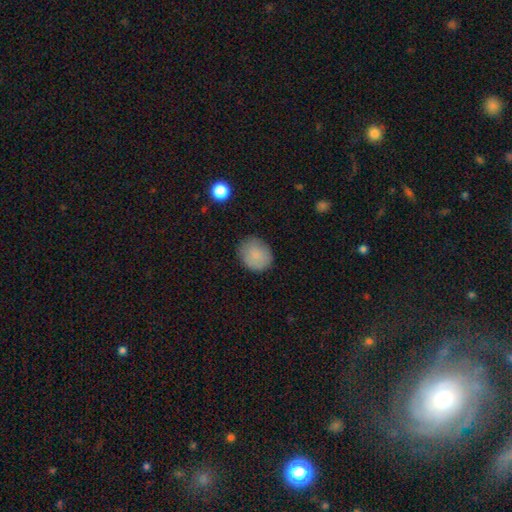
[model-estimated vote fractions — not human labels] Morphology: type=smooth (86%); roundness=round (73%); merging=none (81%).